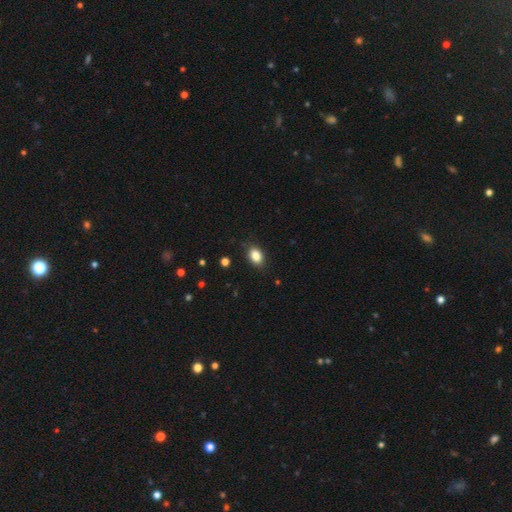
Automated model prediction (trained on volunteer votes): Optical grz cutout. It shows a smooth galaxy with no disk features (87%) that is in between round and cigar-shaped (81%). Merging: none (85%).